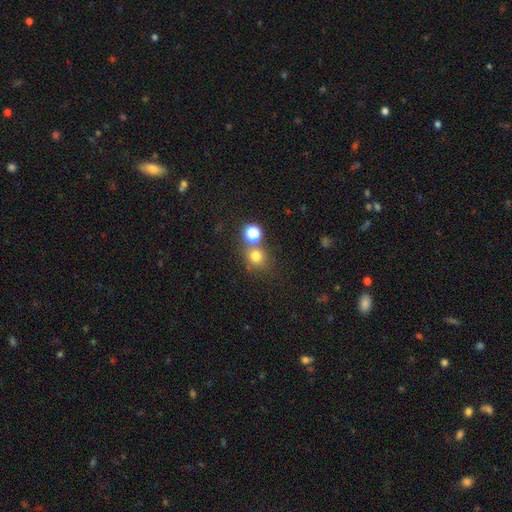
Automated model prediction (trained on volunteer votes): smooth_or_featured: smooth (p=0.74) [alt: star or artifact p=0.19]
how_rounded: round (p=0.82) [alt: in between p=0.17]
merging: none (p=0.62) [alt: merger p=0.24]